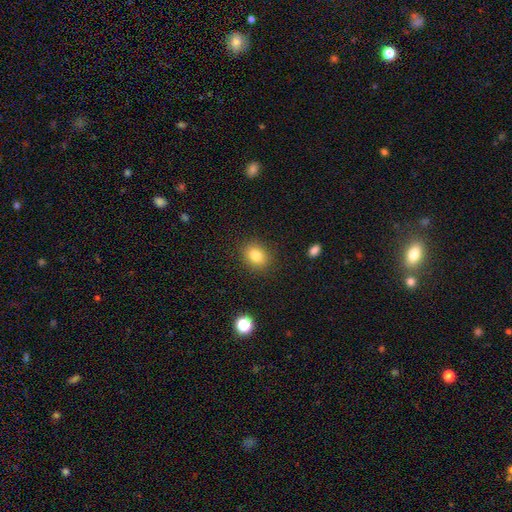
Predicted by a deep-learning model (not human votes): A smooth galaxy with no disk features (82%) that is round (50%).

Vote fractions:
- Smooth or featured? smooth: 82% / star or artifact: 11% / featured or disk: 7%
- How rounded? round: 50% / in between: 49% / cigar-shaped: 1%
- Merging? none: 88% / minor disturbance: 8% / major disturbance: 3% / merger: 1%